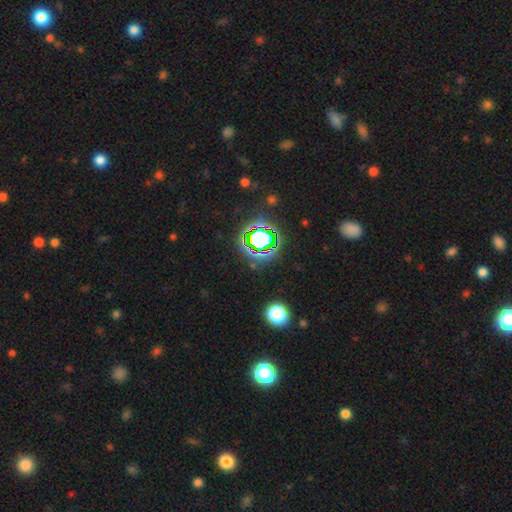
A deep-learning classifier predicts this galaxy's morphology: This is likely a star or artifact rather than a galaxy (78%).